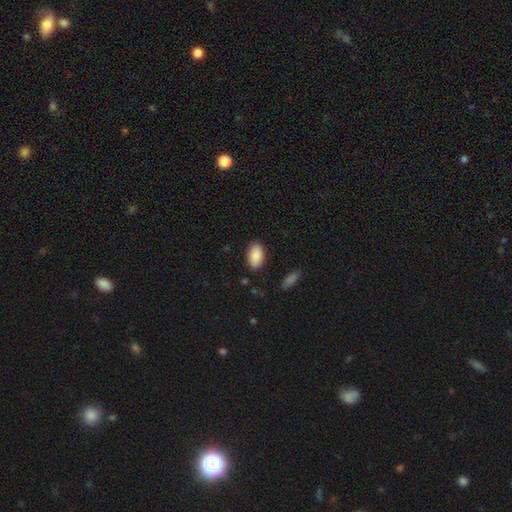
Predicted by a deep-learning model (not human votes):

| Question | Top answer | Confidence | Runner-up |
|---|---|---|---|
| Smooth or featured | smooth | 89% | star or artifact (7%) |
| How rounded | in between | 93% | round (5%) |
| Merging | none | 86% | minor disturbance (9%) |